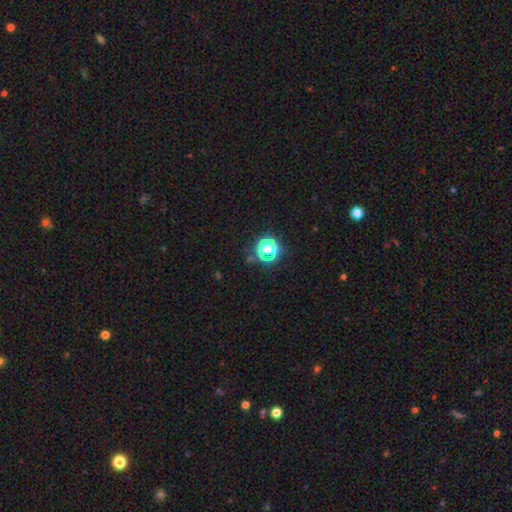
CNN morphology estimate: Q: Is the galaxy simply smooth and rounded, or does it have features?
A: star or artifact — 72%.